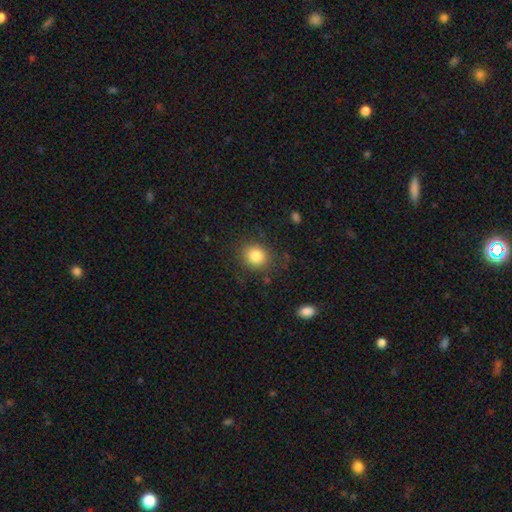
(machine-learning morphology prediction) This appears to be a smooth galaxy with no disk features (84%) that is round (74%). Merging: none (82%).